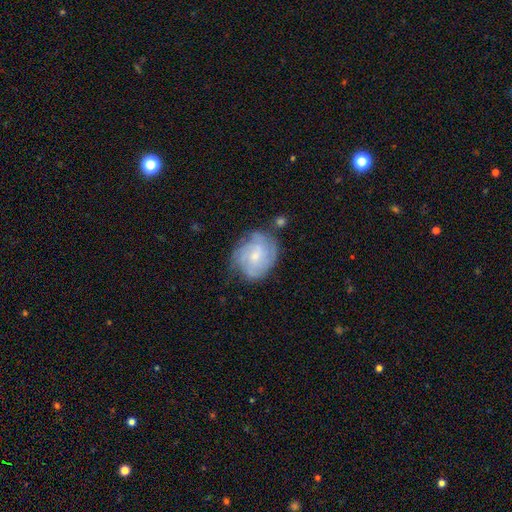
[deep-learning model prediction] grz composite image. It shows a featured or disk galaxy (65%) with no bar (66%), tight (57%) spiral arms (85%) and a small central bulge (62%). Merging: none (63%).